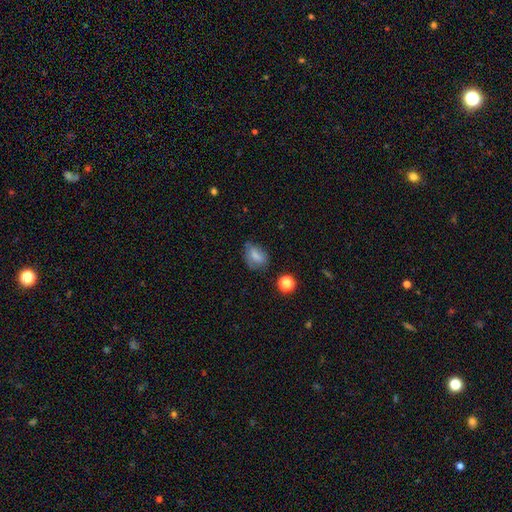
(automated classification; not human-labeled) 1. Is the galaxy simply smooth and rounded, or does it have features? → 72% smooth, 16% featured or disk, 12% star or artifact.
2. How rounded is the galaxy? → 69% in between, 27% round, 4% cigar-shaped.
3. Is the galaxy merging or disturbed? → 56% none, 29% minor disturbance, 11% major disturbance, 4% merger.